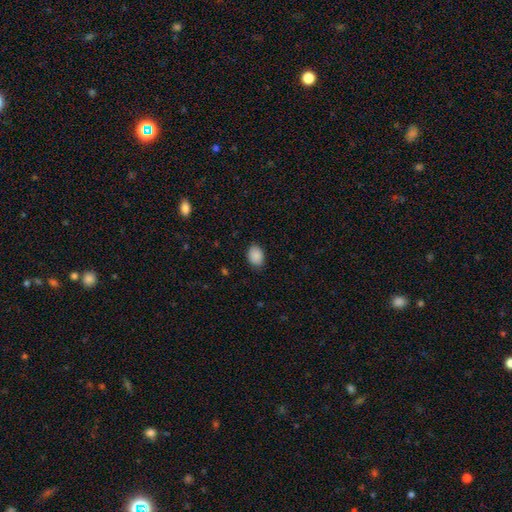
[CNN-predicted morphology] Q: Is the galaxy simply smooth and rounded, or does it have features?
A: smooth — 89%.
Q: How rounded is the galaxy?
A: in between — 79%.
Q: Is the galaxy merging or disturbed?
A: none — 86%.